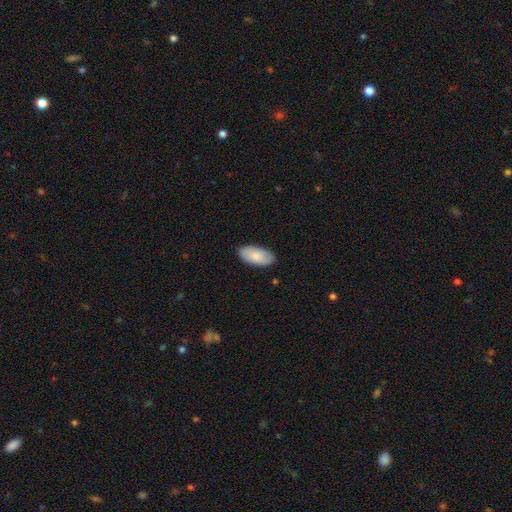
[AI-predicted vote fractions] This appears to be a smooth galaxy with no disk features (82%) that is in between round and cigar-shaped (95%). Merging: none (86%).